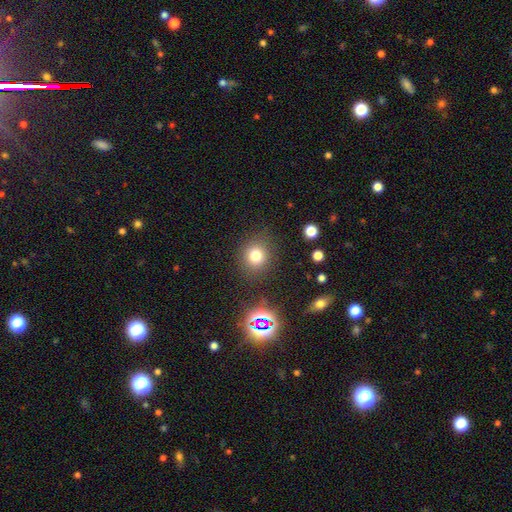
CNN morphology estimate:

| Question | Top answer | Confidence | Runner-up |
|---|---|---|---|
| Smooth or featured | smooth | 76% | star or artifact (17%) |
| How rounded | round | 84% | in between (15%) |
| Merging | none | 85% | minor disturbance (9%) |